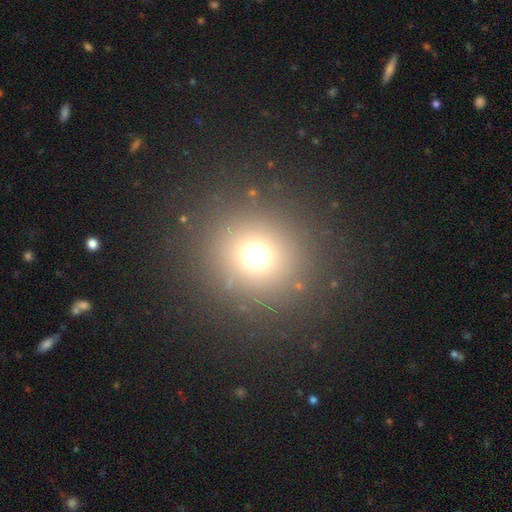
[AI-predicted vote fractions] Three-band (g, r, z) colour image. It shows a smooth galaxy with no disk features (65%) that is round (90%). Merging: none (85%).